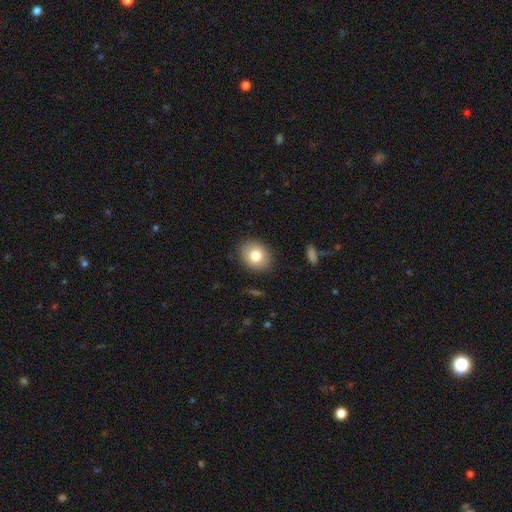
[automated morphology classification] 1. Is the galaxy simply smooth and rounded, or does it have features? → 79% smooth, 12% featured or disk, 9% star or artifact.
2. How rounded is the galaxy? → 59% round, 40% in between, 1% cigar-shaped.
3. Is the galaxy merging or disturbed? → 88% none, 8% minor disturbance, 2% major disturbance, 1% merger.